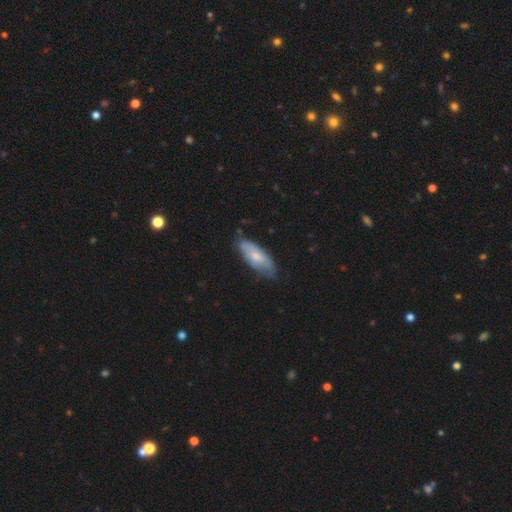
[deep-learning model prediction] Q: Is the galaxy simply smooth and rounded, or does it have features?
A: smooth — 60%.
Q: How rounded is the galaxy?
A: in between — 72%.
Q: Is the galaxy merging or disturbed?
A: none — 66%.